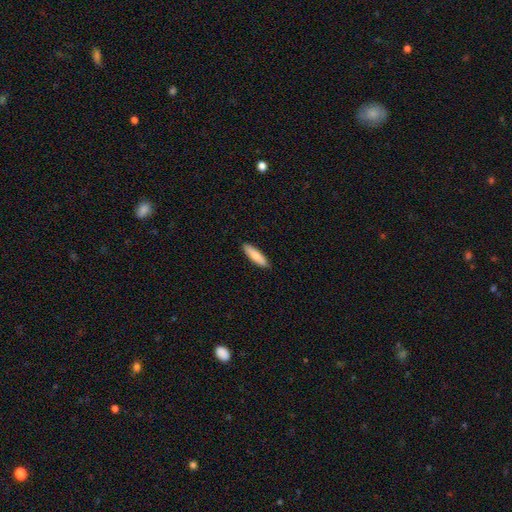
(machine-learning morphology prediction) A smooth galaxy with no disk features (81%) that is cigar-shaped (65%).

Vote fractions:
- Smooth or featured? smooth: 81% / featured or disk: 14% / star or artifact: 5%
- How rounded? cigar-shaped: 65% / in between: 34% / round: 2%
- Merging? none: 89% / minor disturbance: 8% / major disturbance: 2% / merger: 1%